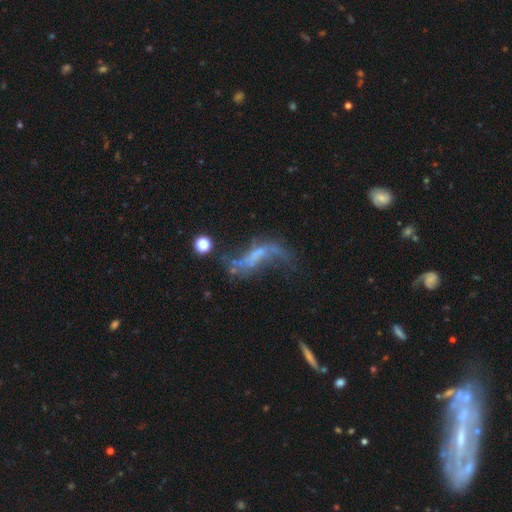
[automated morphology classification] A featured or disk galaxy (70%) with no bar (44%), spiral arms (70%) and no central bulge (61%). Merging: none (35%).